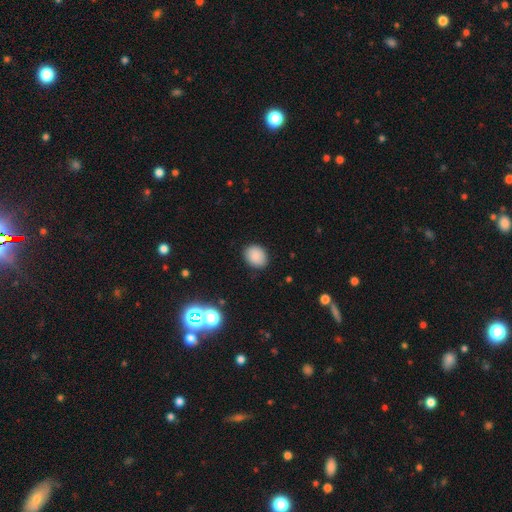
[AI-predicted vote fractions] This is clearly a smooth galaxy (86%). How rounded: possibly round (50%). Merging: clearly none (86%).